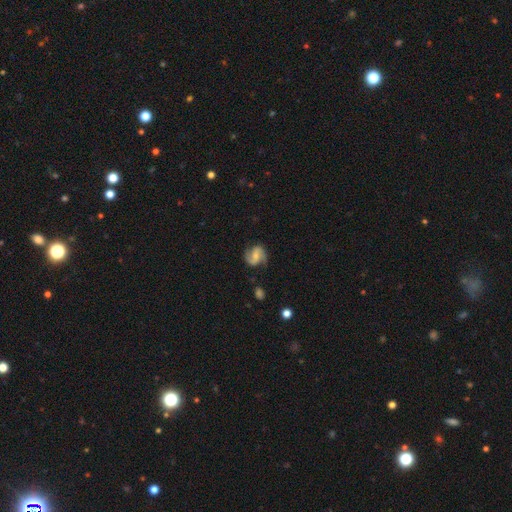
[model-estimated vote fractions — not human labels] smooth_or_featured: featured or disk (p=0.81) [alt: smooth p=0.13]
disk_edge_on: no (p=0.98) [alt: yes p=0.02]
bar: weak (p=0.46) [alt: no p=0.30]
has_spiral_arms: yes (p=0.96) [alt: no p=0.04]
spiral_winding: medium (p=0.48) [alt: loose p=0.35]
spiral_arm_count: 2 (p=0.92) [alt: can't tell p=0.03]
bulge_size: small (p=0.49) [alt: moderate p=0.31]
merging: none (p=0.78) [alt: minor disturbance p=0.15]